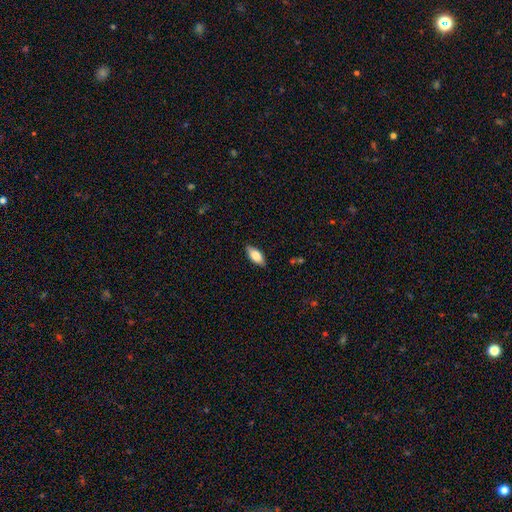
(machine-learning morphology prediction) This appears to be a smooth galaxy with no disk features (79%) that is in between round and cigar-shaped (87%). Merging: none (86%).